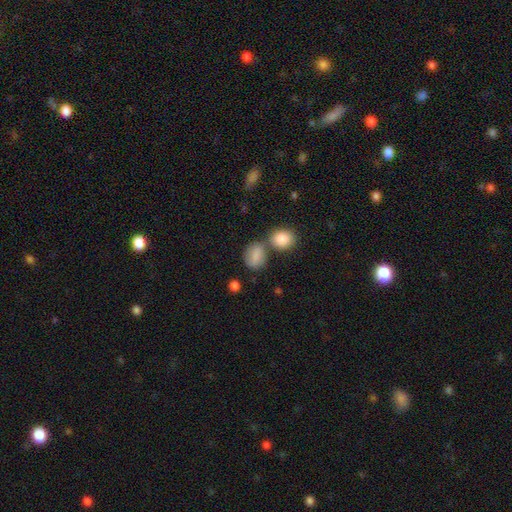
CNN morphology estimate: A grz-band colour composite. It shows a smooth galaxy with no disk features (83%) that is in between round and cigar-shaped (60%). Merging: none (54%).